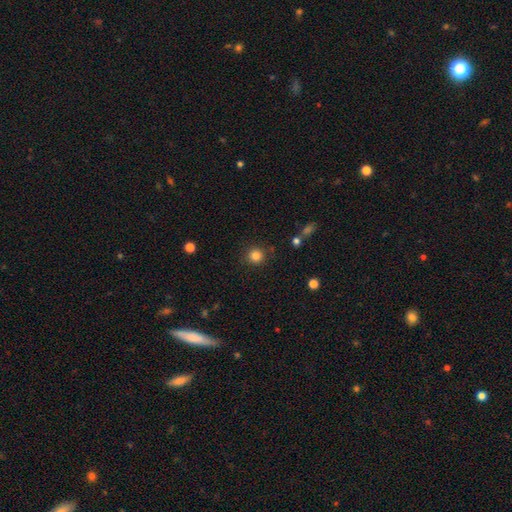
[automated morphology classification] Smooth or featured? smooth (84%)
How rounded? round (93%)
Merging? none (87%)